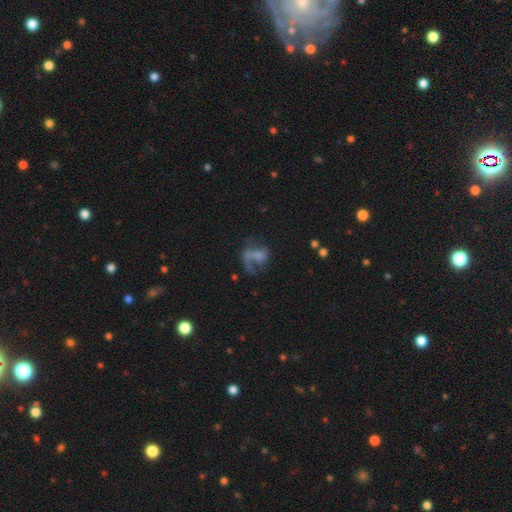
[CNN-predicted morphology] type=featured or disk (59%); edge-on=no (98%); bar=no (67%); spiral arms=yes (69%); bulge=none (61%); merging=major disturbance (45%).